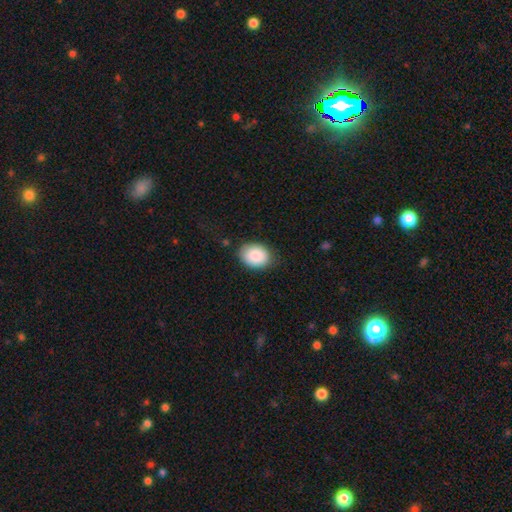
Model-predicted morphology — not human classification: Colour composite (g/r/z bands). It shows a smooth galaxy with no disk features (87%) that is in between round and cigar-shaped (66%). Merging: none (82%).